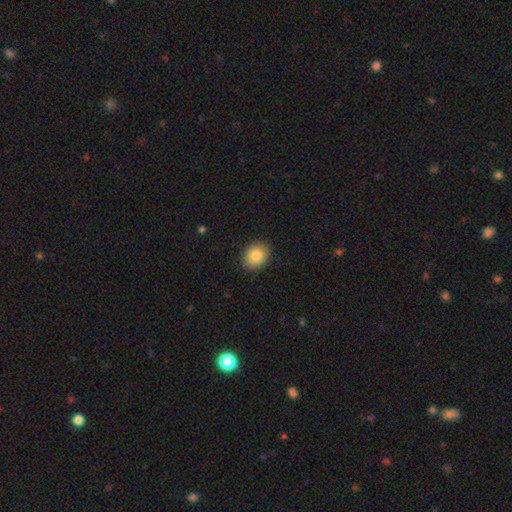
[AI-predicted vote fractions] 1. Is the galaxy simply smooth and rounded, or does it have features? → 86% smooth, 8% star or artifact, 6% featured or disk.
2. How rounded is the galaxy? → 51% in between, 48% round, 1% cigar-shaped.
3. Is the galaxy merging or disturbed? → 89% none, 8% minor disturbance, 2% major disturbance, 1% merger.